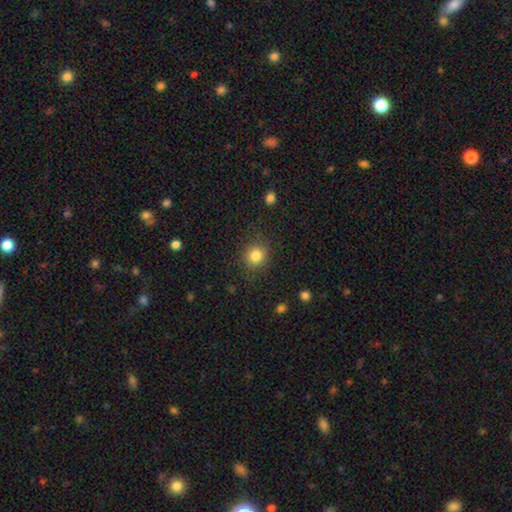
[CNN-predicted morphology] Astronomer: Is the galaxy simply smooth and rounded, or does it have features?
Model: smooth — 83%.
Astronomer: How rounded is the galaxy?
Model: round — 87%.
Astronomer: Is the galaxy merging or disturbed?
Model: none — 87%.